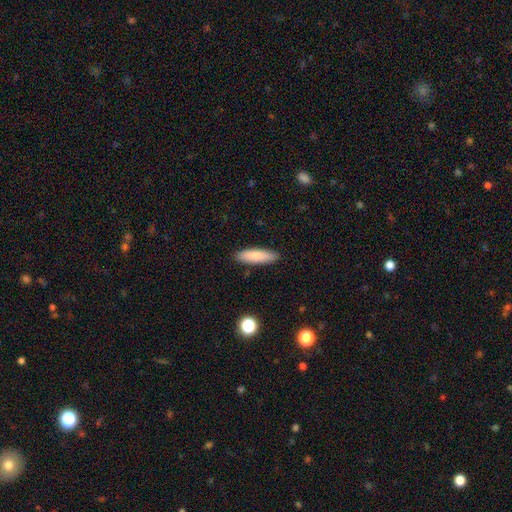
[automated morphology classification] This appears to be a smooth galaxy with no disk features (82%) that is cigar-shaped (60%). Merging: none (89%).